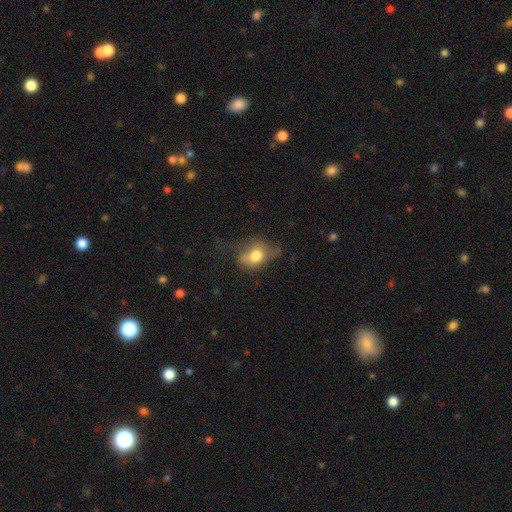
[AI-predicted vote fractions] Smooth or featured? Predicted: smooth (p=0.72). How rounded? Predicted: in between (p=0.74). Merging? Predicted: none (p=0.37).